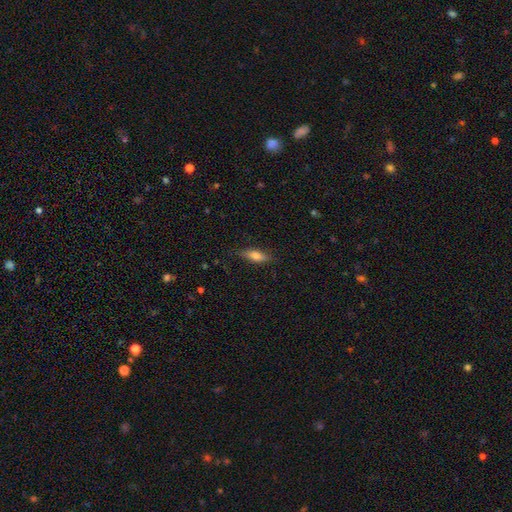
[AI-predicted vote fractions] Overall: smooth (66%). How rounded: in between (53%; cigar-shaped 44%). Merging: none (82%).